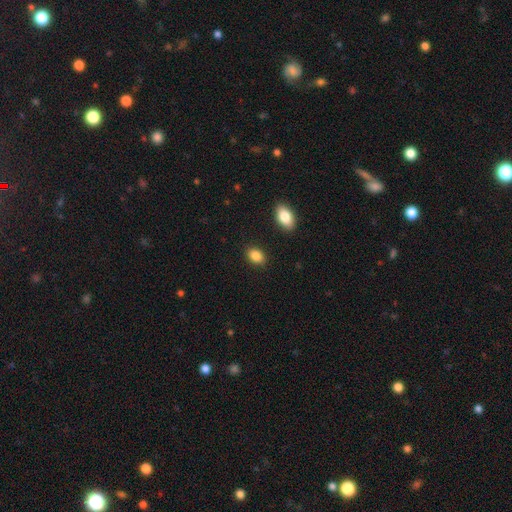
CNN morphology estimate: Smooth or featured? Predicted: smooth (p=0.86). How rounded? Predicted: in between (p=0.82). Merging? Predicted: none (p=0.88).